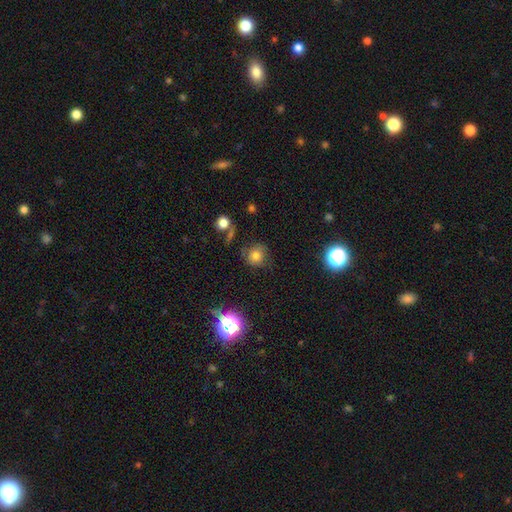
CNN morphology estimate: Smooth or featured? smooth (72%)
How rounded? round (87%)
Merging? none (73%)